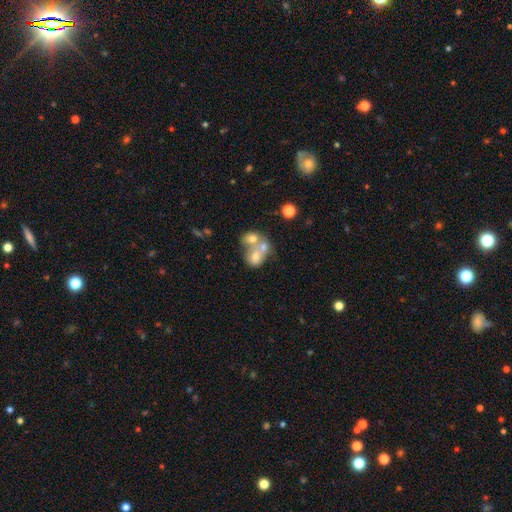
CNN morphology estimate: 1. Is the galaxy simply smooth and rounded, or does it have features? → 54% smooth, 34% featured or disk, 12% star or artifact.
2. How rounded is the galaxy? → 54% round, 45% in between, 1% cigar-shaped.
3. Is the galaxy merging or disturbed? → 67% merger, 21% none, 7% minor disturbance, 5% major disturbance.